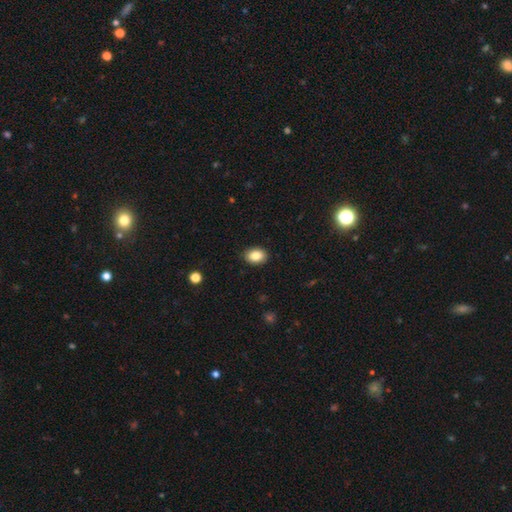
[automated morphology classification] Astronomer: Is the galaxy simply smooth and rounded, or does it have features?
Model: smooth — 87%.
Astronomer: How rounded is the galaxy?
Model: in between — 82%.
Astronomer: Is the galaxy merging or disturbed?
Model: none — 89%.